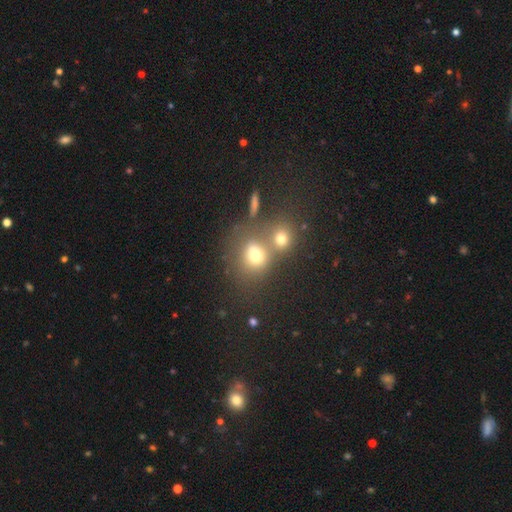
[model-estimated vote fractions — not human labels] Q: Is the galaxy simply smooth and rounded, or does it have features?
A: smooth — 69%.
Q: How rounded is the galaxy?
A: round — 69%.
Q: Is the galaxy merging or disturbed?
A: merger — 45%.